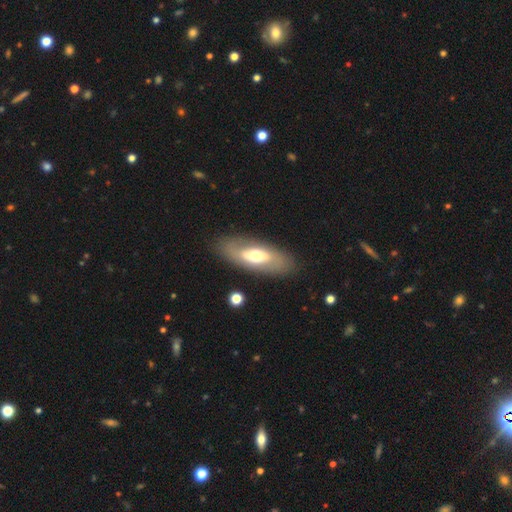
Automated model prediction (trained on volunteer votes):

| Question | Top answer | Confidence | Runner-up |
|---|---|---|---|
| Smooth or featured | smooth | 47% | tied: featured or disk (47%) |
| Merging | none | 82% | minor disturbance (11%) |